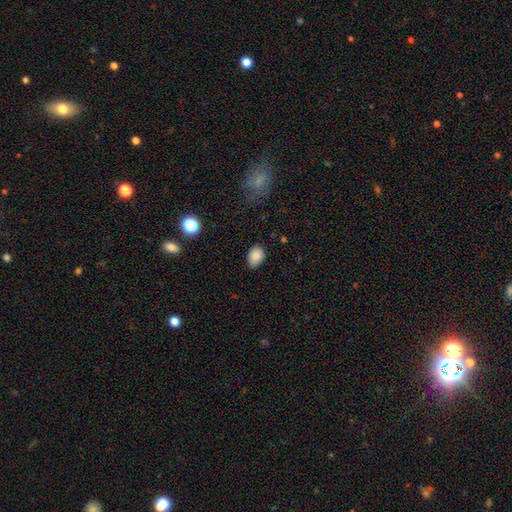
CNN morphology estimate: Smooth or featured? Predicted: smooth (p=0.86). How rounded? Predicted: in between (p=0.71). Merging? Predicted: none (p=0.74).